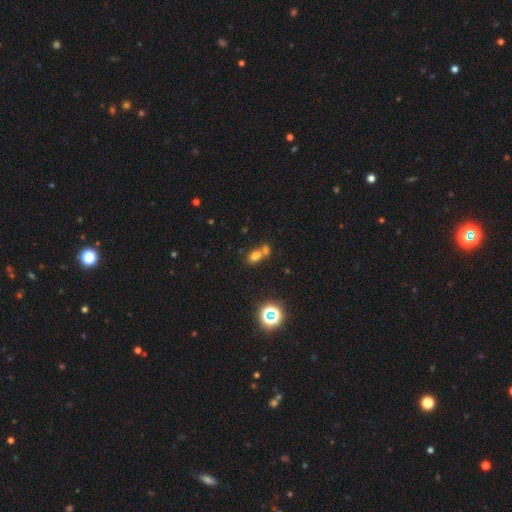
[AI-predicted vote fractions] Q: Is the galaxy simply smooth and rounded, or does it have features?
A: smooth — 70%.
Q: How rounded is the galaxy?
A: in between — 69%.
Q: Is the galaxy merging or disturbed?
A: merger — 54%.